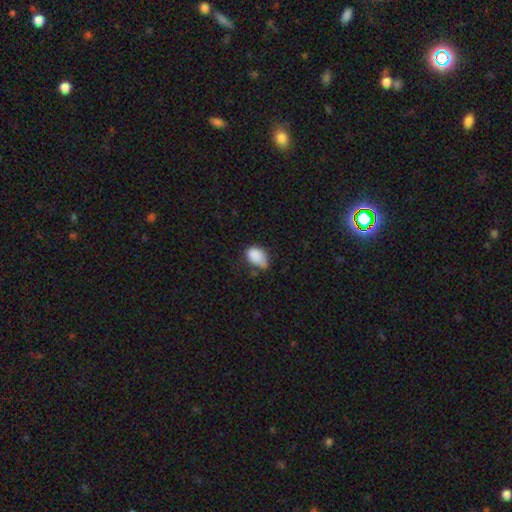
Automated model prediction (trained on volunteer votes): Smooth or featured? Predicted: smooth (p=0.86). How rounded? Predicted: in between (p=0.80). Merging? Predicted: minor disturbance (p=0.45).